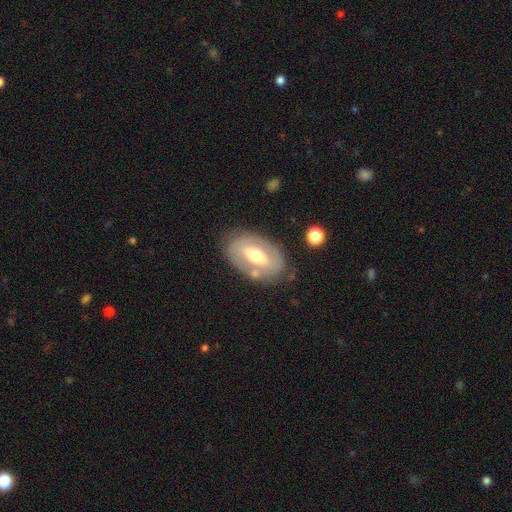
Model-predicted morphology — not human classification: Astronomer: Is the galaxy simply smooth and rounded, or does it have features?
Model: featured or disk — 58% (runner-up: smooth, 36%).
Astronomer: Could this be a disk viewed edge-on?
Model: no — 89%.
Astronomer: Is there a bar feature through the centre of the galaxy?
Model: strong — 34%, tied with weak at 34%.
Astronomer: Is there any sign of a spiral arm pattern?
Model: no — 70%.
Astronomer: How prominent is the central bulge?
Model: moderate — 71%.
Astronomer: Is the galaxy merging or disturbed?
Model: none — 75%.